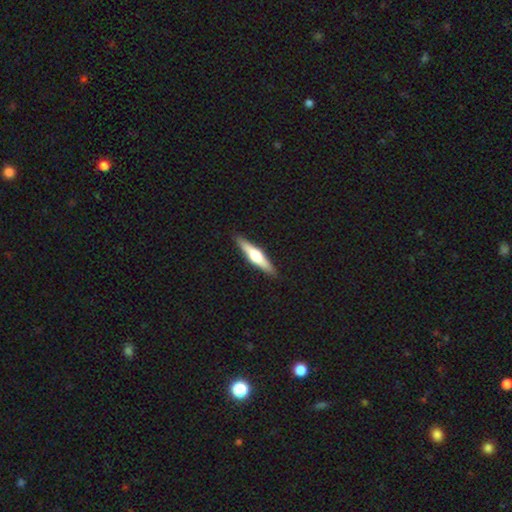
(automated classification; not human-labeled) Morphology: type=featured or disk (57%); edge-on=yes (95%); edge-on bulge=rounded (92%); merging=none (91%).